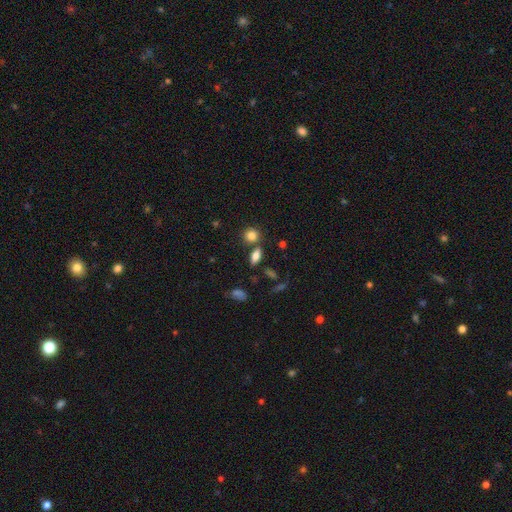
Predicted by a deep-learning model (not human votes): Q: Smooth or featured?
A: smooth (78%); runner-up: featured or disk (12%)
Q: How rounded?
A: in between (64%); runner-up: round (24%)
Q: Merging?
A: none (69%); runner-up: merger (16%)